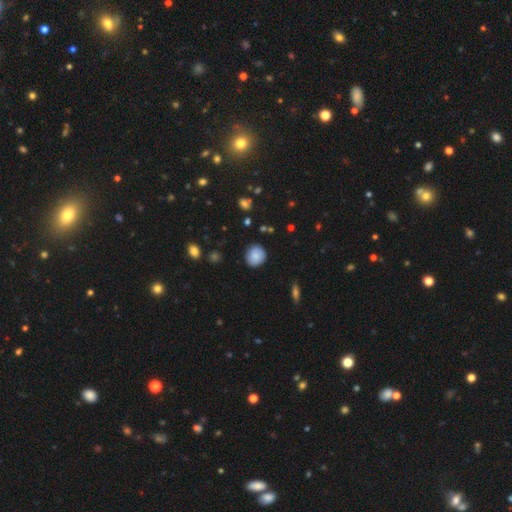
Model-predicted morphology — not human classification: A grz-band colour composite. It shows a smooth galaxy with no disk features (83%) that is round (82%). Merging: none (85%).